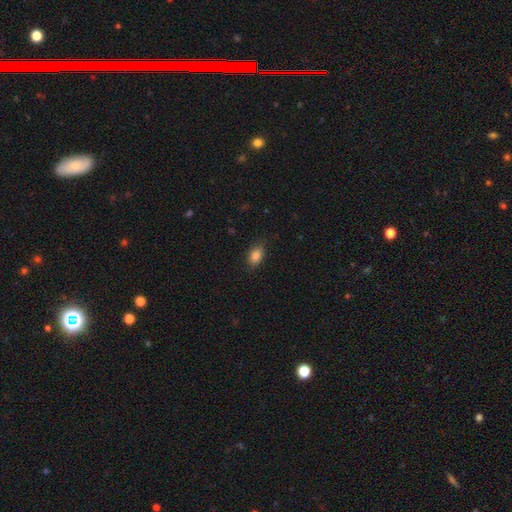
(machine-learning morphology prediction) smooth 86%, star or artifact 8%, featured or disk 6%. Down the decision tree: how rounded — in between (87%); merging — none (81%).